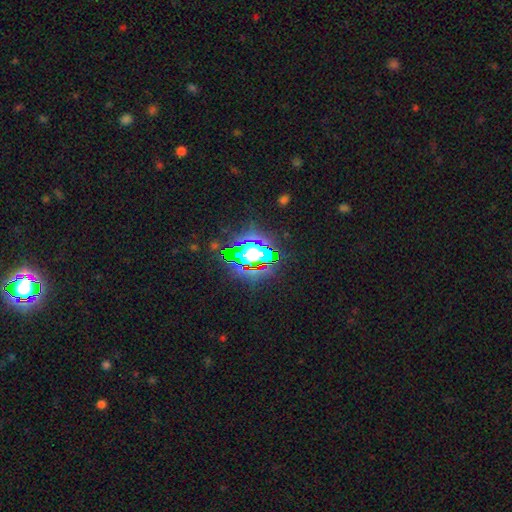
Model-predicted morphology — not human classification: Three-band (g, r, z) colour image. It shows a star or artifact, not a galaxy (65%).